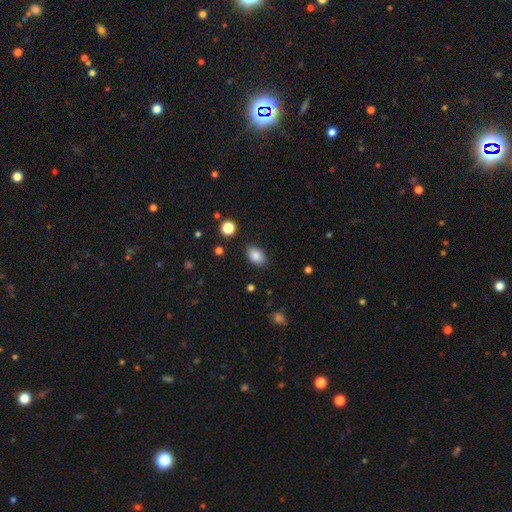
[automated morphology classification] A smooth galaxy with no disk features (86%) that is in between round and cigar-shaped (83%). Merging: none (84%).